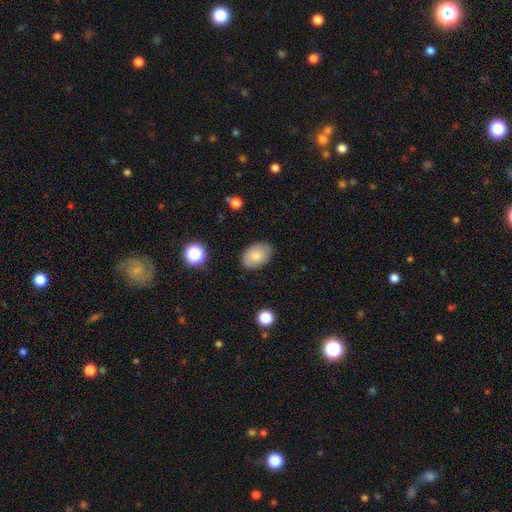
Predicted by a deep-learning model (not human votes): Smooth or featured?
  - smooth: 81% *
  - featured or disk: 11%
  - star or artifact: 8%
How rounded?
  - in between: 83% *
  - round: 16%
  - cigar-shaped: 1%
Merging?
  - none: 83% *
  - minor disturbance: 13%
  - major disturbance: 3%
  - merger: 1%